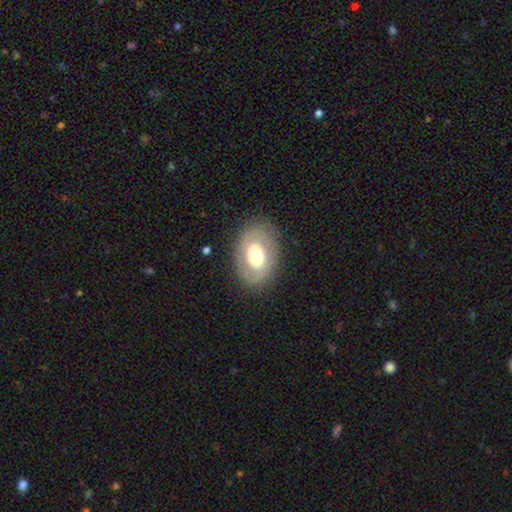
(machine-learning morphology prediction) The model was most divided on "smooth or featured": smooth: 51%, featured or disk: 41%, star or artifact: 7%. More confident: merging — none (82%); how rounded — in between (76%).